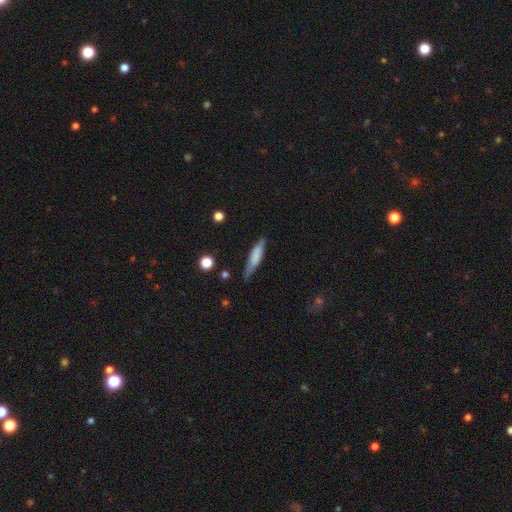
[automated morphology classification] Smooth or featured? Predicted: smooth (p=0.68). How rounded? Predicted: cigar-shaped (p=0.76). Merging? Predicted: none (p=0.68).